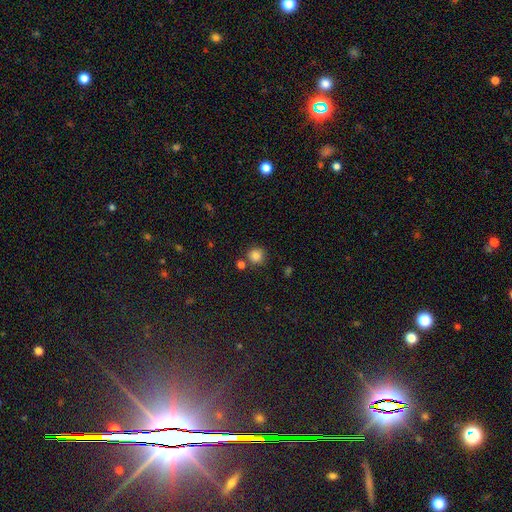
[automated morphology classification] Q: Smooth or featured?
A: smooth (84%); runner-up: star or artifact (12%)
Q: How rounded?
A: round (92%); runner-up: in between (7%)
Q: Merging?
A: none (78%); runner-up: merger (10%)